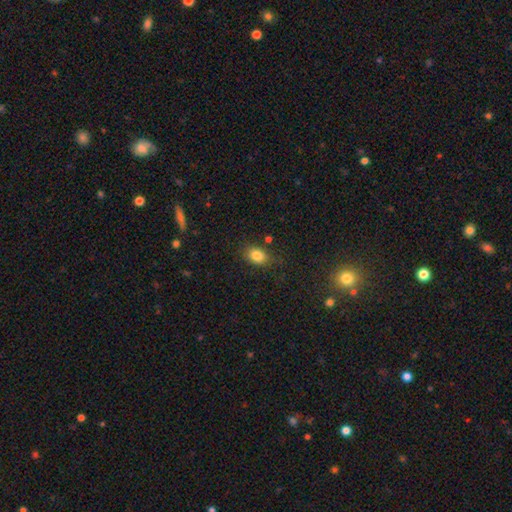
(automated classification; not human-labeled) This appears to be a smooth galaxy with no disk features (83%) that is in between round and cigar-shaped (69%). Merging: none (76%).